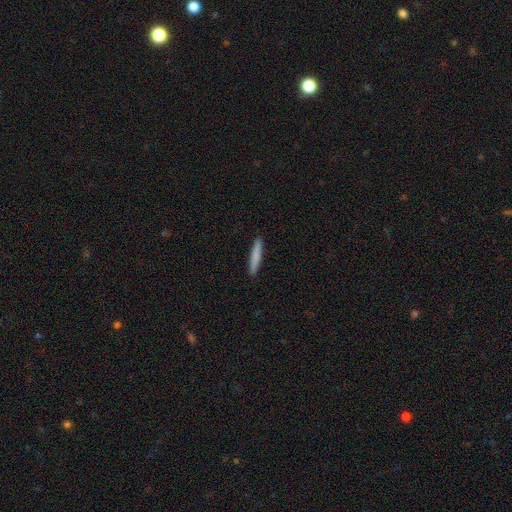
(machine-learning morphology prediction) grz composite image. It shows a smooth galaxy with no disk features (82%) that is cigar-shaped (94%). Merging: none (92%).